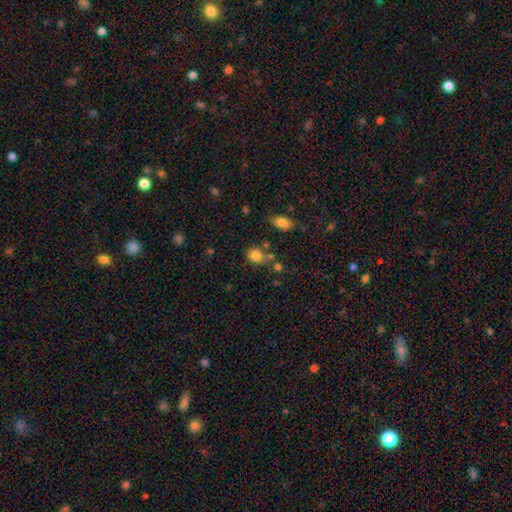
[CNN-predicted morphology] A smooth galaxy with no disk features (82%) that is round (51%). Merging: none (60%).